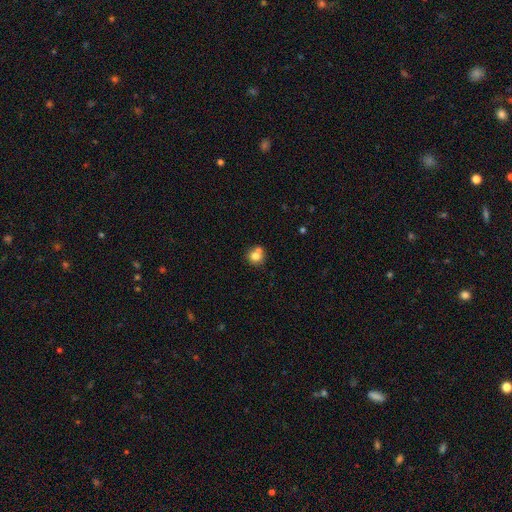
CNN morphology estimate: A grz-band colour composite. It shows a smooth galaxy with no disk features (77%) that is round (87%). Merging: none (55%).